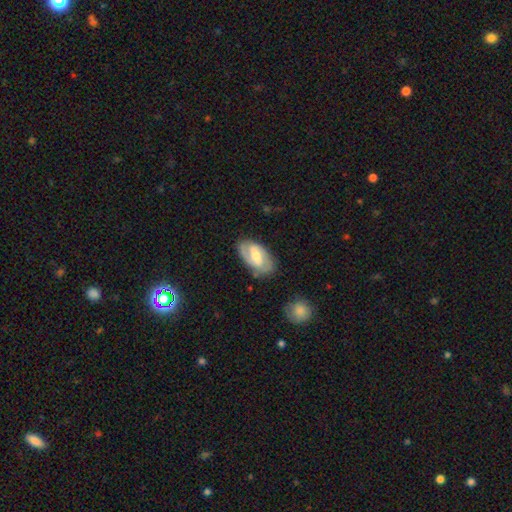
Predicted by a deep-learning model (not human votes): Q: Smooth or featured?
A: featured or disk (70%); runner-up: smooth (25%)
Q: Edge-on disk?
A: no (95%); runner-up: yes (5%)
Q: Bar?
A: weak (50%); runner-up: strong (31%)
Q: Spiral arms?
A: yes (85%); runner-up: no (15%)
Q: Spiral winding?
A: medium (45%); runner-up: tight (36%)
Q: Spiral arm count?
A: 2 (79%); runner-up: can't tell (12%)
Q: Bulge size?
A: moderate (59%); runner-up: small (33%)
Q: Merging?
A: none (78%); runner-up: minor disturbance (16%)